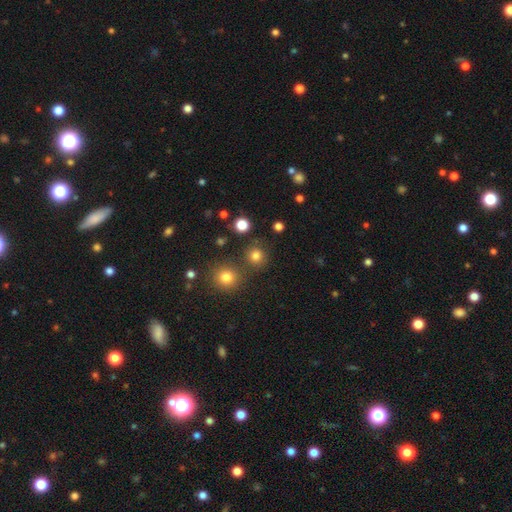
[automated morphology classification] This is likely a smooth galaxy (79%). How rounded: clearly round (92%). Merging: likely none (80%).